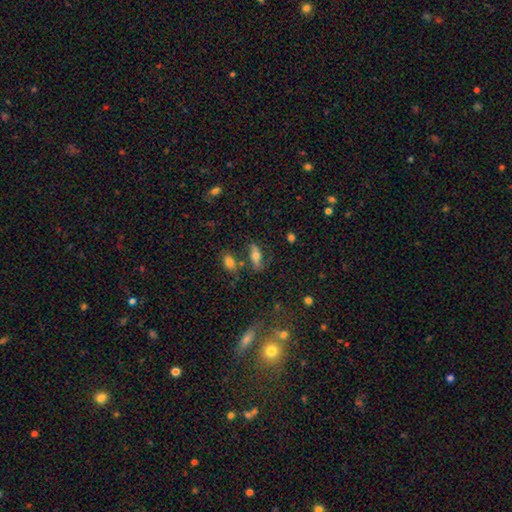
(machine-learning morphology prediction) A smooth galaxy with no disk features (58%) that is in between round and cigar-shaped (64%). Merging: none (62%).